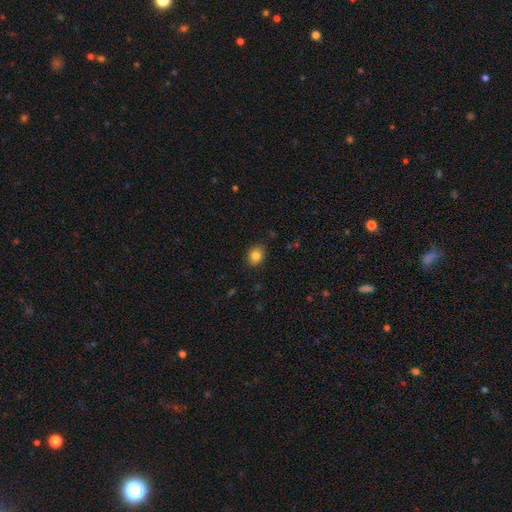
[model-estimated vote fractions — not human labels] Overall: smooth (84%). How rounded: round (64%; in between 35%). Merging: none (87%).